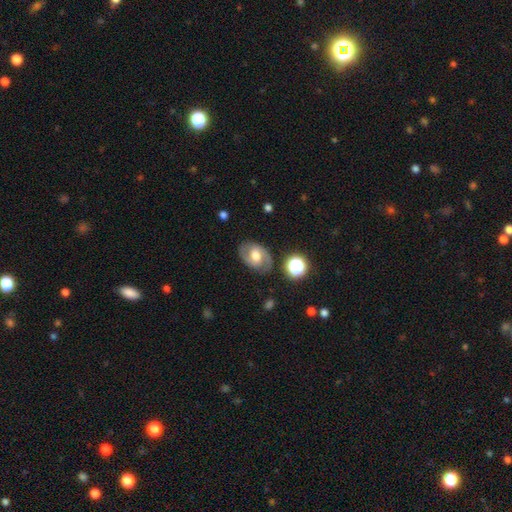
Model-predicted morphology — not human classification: Smooth or featured?
  - featured or disk: 61% *
  - smooth: 30%
  - star or artifact: 8%
Edge-on disk?
  - no: 96% *
  - yes: 4%
Bar?
  - no: 45% *
  - weak: 42%
  - strong: 13%
Spiral arms?
  - yes: 76% *
  - no: 24%
Bulge size?
  - moderate: 60% *
  - large: 26%
  - small: 10%
  - dominant: 2%
  - none: 2%
Merging?
  - none: 79% *
  - minor disturbance: 14%
  - major disturbance: 5%
  - merger: 2%